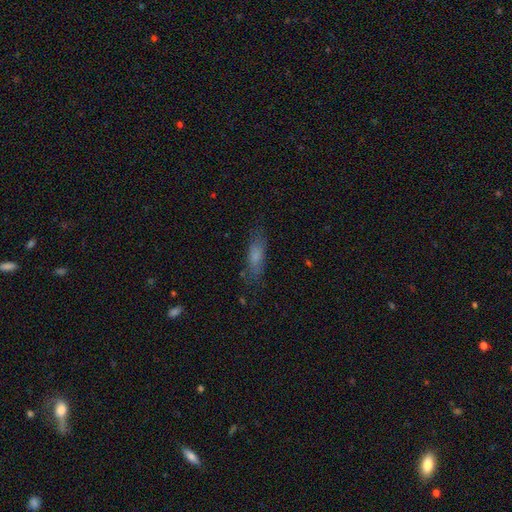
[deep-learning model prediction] Smooth or featured? smooth (71%)
How rounded? cigar-shaped (51%)
Merging? none (76%)